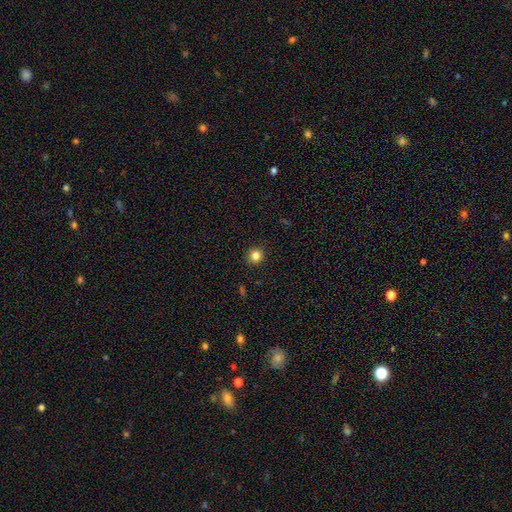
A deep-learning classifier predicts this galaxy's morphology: The model was most divided on "smooth or featured": smooth: 83%, star or artifact: 13%, featured or disk: 5%. More confident: how rounded — round (92%); merging — none (92%).